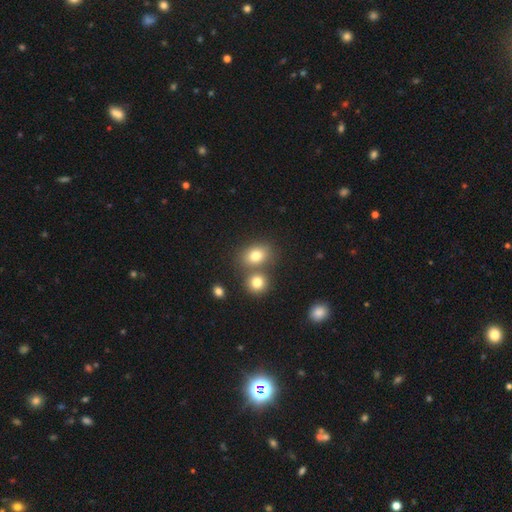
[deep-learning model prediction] Smooth or featured? smooth (79%)
How rounded? round (50%)
Merging? none (53%)